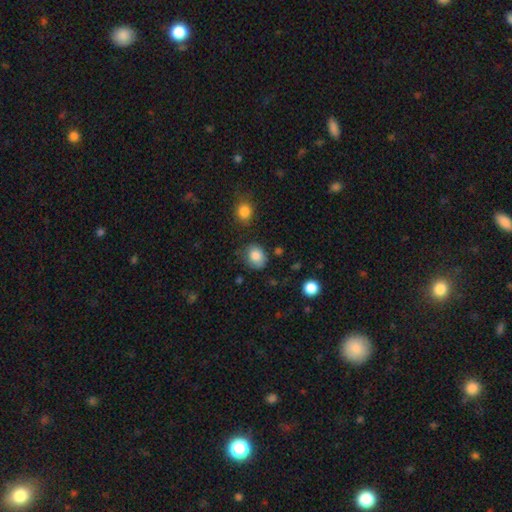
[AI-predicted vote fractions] Q: Smooth or featured?
A: smooth (84%); runner-up: star or artifact (9%)
Q: How rounded?
A: round (58%); runner-up: in between (41%)
Q: Merging?
A: none (68%); runner-up: minor disturbance (23%)